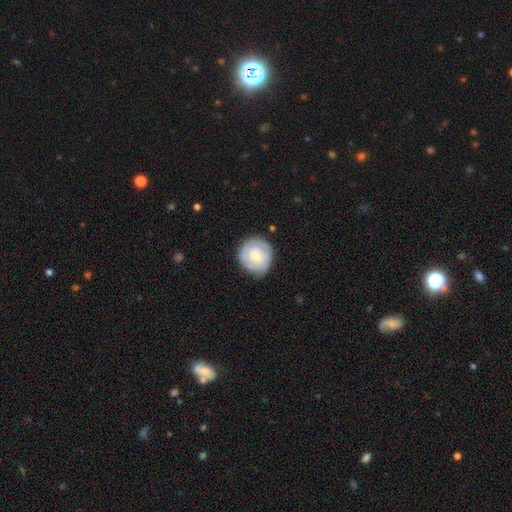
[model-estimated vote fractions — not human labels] Smooth or featured? featured or disk (47%, tied with smooth)
Merging? none (78%)